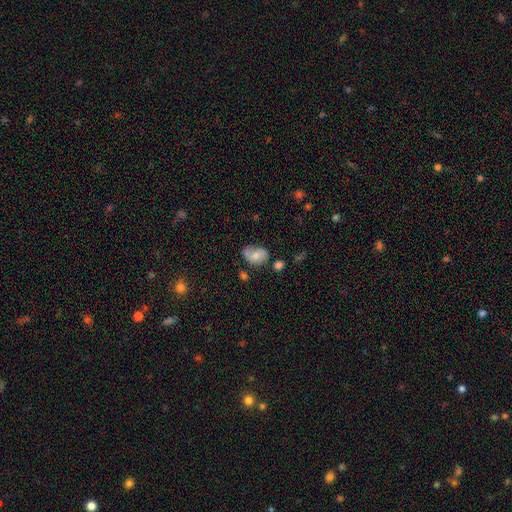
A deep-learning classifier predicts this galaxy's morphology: smooth 49%, featured or disk 42%, star or artifact 9%. Down the decision tree: merging — none (51%).